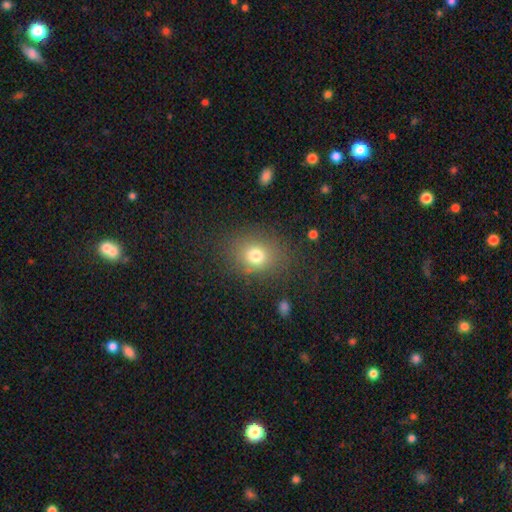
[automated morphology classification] Q: Smooth or featured?
A: smooth (76%); runner-up: star or artifact (15%)
Q: How rounded?
A: round (58%); runner-up: in between (41%)
Q: Merging?
A: none (79%); runner-up: minor disturbance (12%)